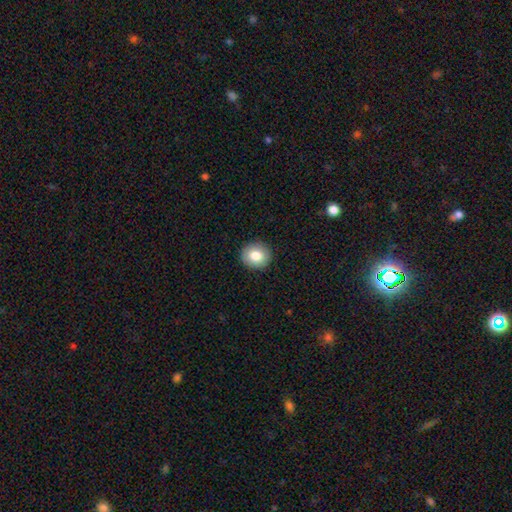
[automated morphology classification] type=smooth (81%); roundness=round (85%); merging=none (92%).